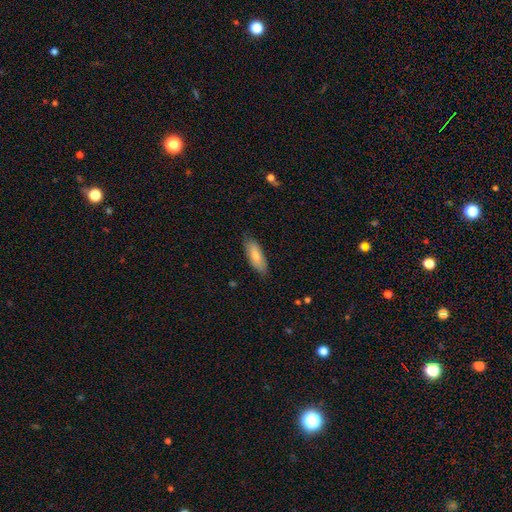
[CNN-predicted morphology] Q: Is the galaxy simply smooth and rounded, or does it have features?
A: smooth — 77%.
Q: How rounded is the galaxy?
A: in between — 68%.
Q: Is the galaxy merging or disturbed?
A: none — 82%.